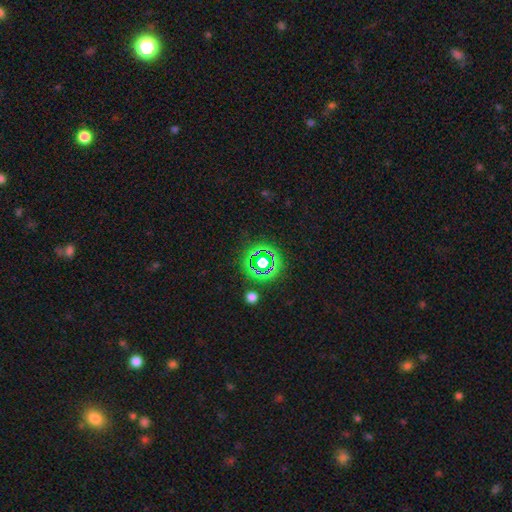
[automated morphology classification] This appears to be a star or artifact, not a galaxy (73%).